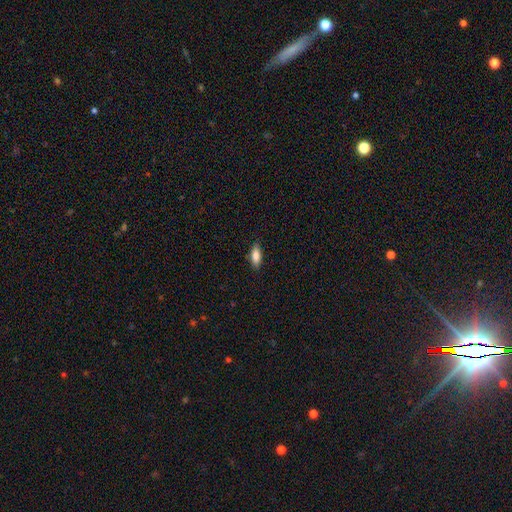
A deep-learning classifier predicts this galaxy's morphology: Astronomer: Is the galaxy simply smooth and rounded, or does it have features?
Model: smooth — 83%.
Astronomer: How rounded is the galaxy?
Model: in between — 76%.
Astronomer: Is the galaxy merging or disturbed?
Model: none — 85%.